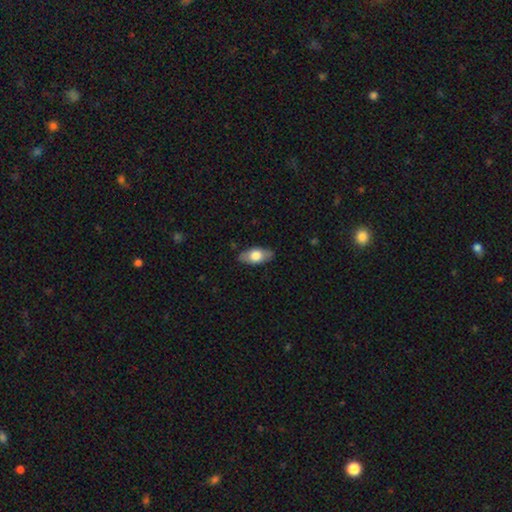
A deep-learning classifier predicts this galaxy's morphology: smooth 66%, featured or disk 28%, star or artifact 6%. Down the decision tree: how rounded — in between (89%); merging — none (84%).